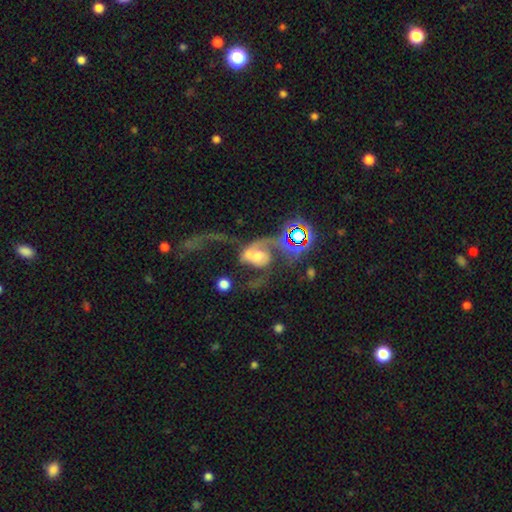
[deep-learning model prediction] Smooth or featured? featured or disk (64%)
Edge-on disk? no (97%)
Bar? no (68%)
Spiral arms? yes (76%)
Bulge size? moderate (39%)
Merging? merger (48%)